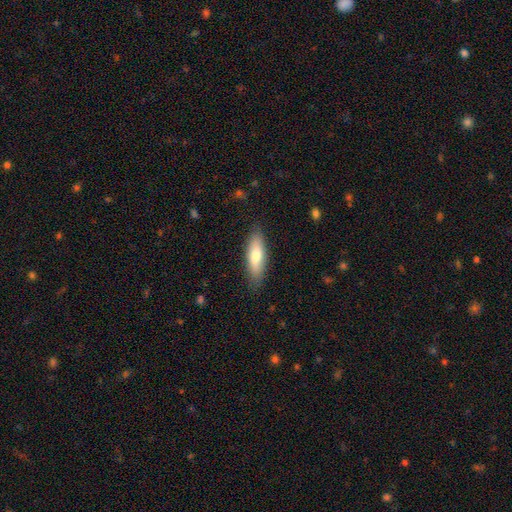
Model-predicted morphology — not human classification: type=smooth (72%); roundness=in between (51%); merging=none (84%).